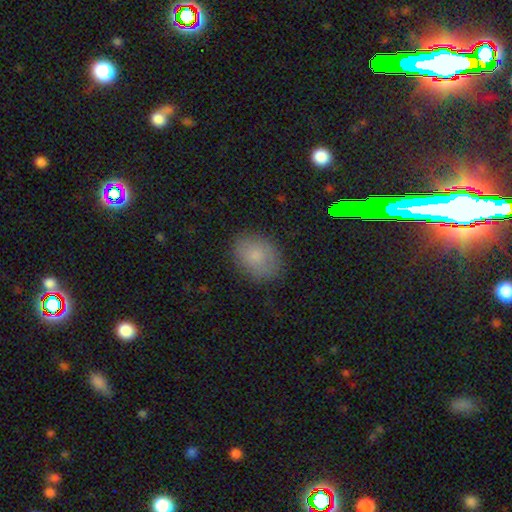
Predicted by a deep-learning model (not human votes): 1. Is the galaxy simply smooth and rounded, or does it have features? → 80% smooth, 10% star or artifact, 9% featured or disk.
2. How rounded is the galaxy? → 68% in between, 31% round, 1% cigar-shaped.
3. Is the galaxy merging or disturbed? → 81% none, 15% minor disturbance, 4% major disturbance, 1% merger.